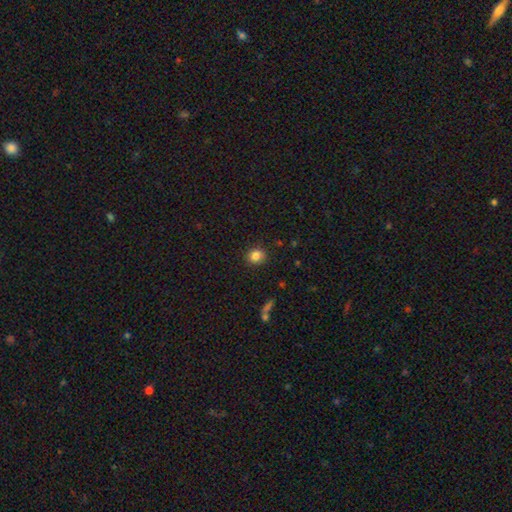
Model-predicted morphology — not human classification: This appears to be a smooth galaxy with no disk features (84%) that is round (78%). Merging: none (88%).